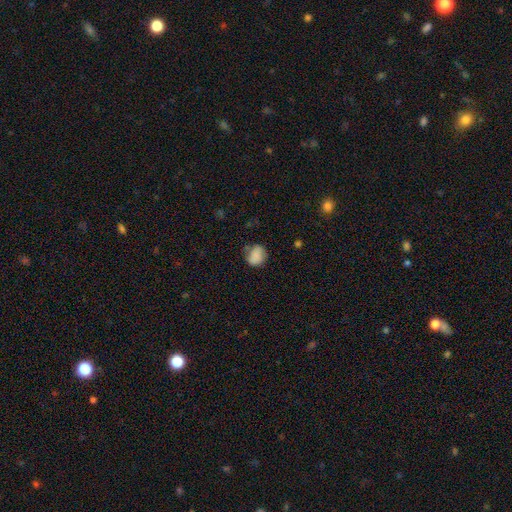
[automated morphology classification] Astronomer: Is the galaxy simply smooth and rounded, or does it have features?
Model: smooth — 80%.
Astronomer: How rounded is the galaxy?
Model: round — 56% (runner-up: in between, 43%).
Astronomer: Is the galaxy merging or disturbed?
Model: none — 63%.